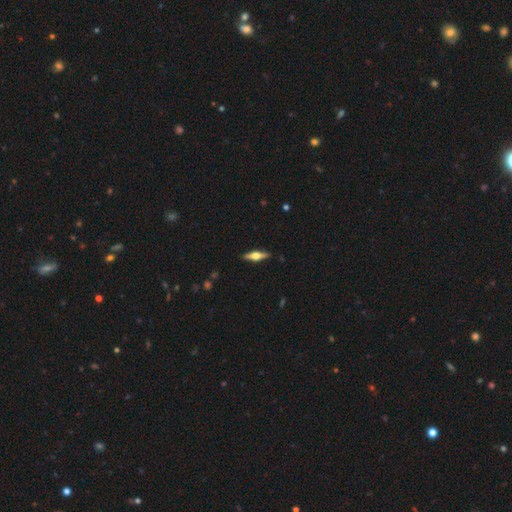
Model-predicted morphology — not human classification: A featured or disk galaxy (66%) viewed edge-on (96%) with a rounded central bulge (94%). Merging: none (90%).